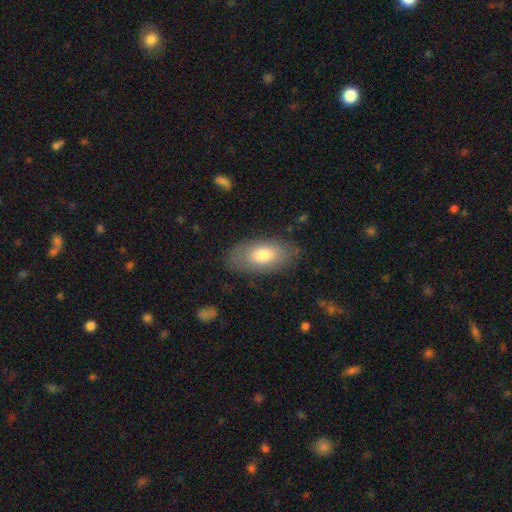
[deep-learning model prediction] Smooth or featured? Predicted: smooth (p=0.72). How rounded? Predicted: in between (p=0.92). Merging? Predicted: none (p=0.81).